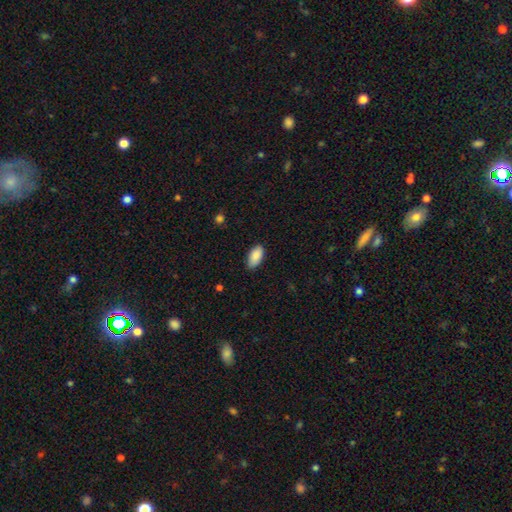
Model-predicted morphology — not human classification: The model was most divided on "merging": none: 84%, minor disturbance: 13%, major disturbance: 2%, merger: 1%. More confident: how rounded — in between (93%); smooth or featured — smooth (89%).